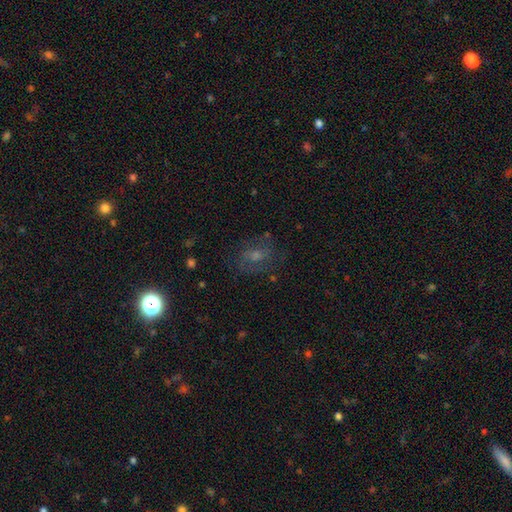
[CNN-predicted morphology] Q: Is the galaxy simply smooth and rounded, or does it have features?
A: featured or disk — 47%.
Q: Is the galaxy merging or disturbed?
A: none — 69%.